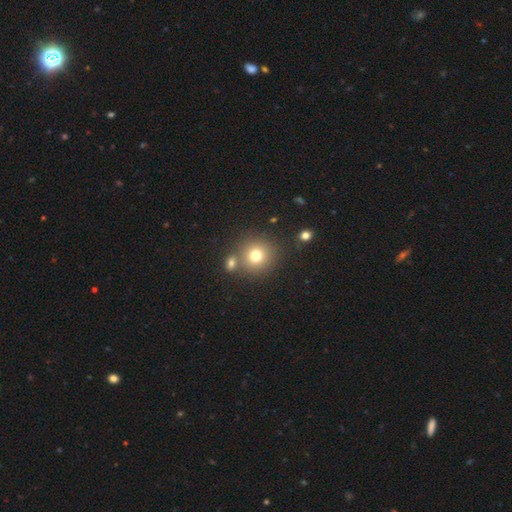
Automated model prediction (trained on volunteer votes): Q: Smooth or featured?
A: smooth (75%); runner-up: star or artifact (14%)
Q: How rounded?
A: round (90%); runner-up: in between (9%)
Q: Merging?
A: none (70%); runner-up: merger (18%)